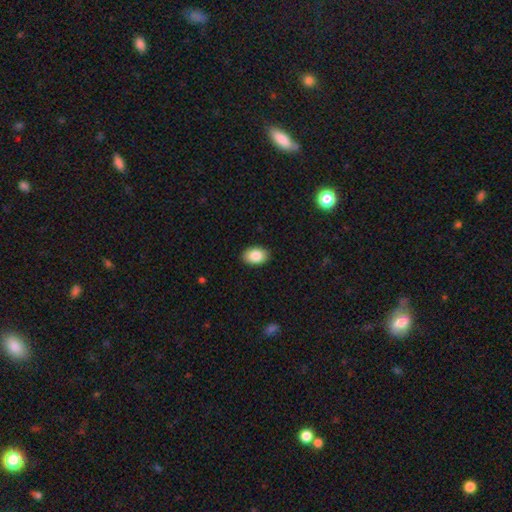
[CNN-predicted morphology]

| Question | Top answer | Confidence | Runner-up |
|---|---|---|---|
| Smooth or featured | smooth | 86% | star or artifact (7%) |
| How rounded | in between | 85% | round (14%) |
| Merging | none | 90% | minor disturbance (8%) |